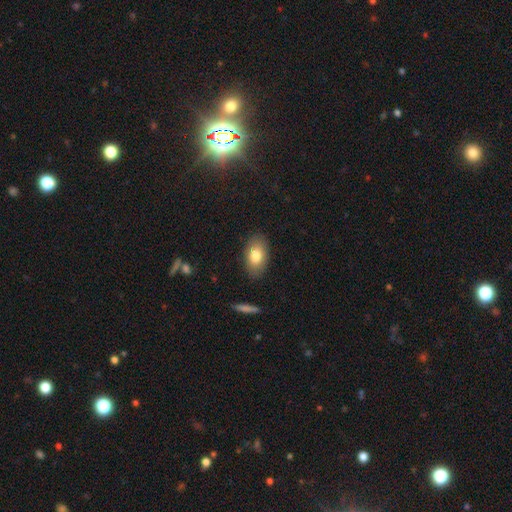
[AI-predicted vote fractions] A smooth galaxy with no disk features (78%) that is in between round and cigar-shaped (91%). Merging: none (86%).